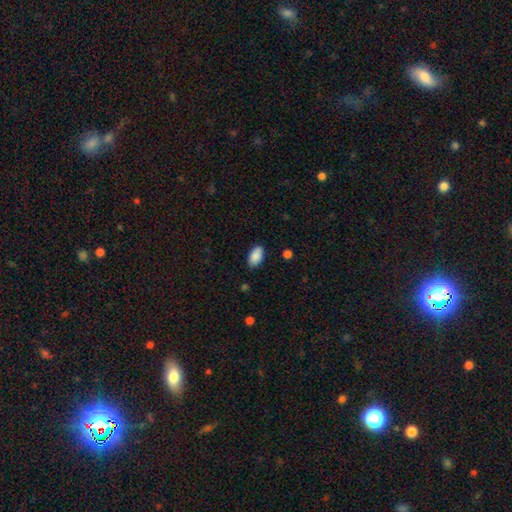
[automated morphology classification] smooth-or-featured: smooth: 88% | star or artifact: 7% | featured or disk: 5%
  how-rounded: in between: 93% | round: 3% | cigar-shaped: 3%
  merging: none: 81% | minor disturbance: 15% | major disturbance: 3% | merger: 1%